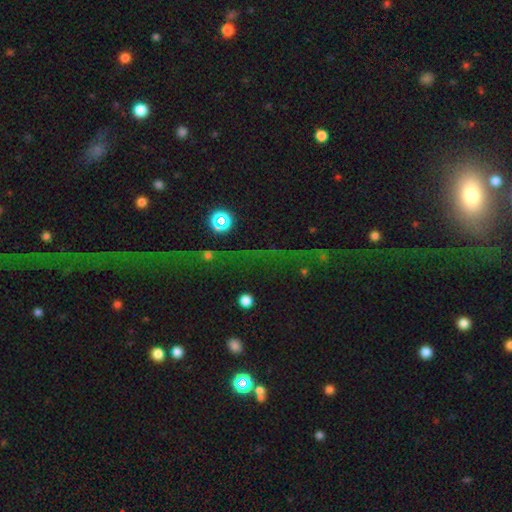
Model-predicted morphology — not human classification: smooth_or_featured: star or artifact (p=0.64) [alt: smooth p=0.19]